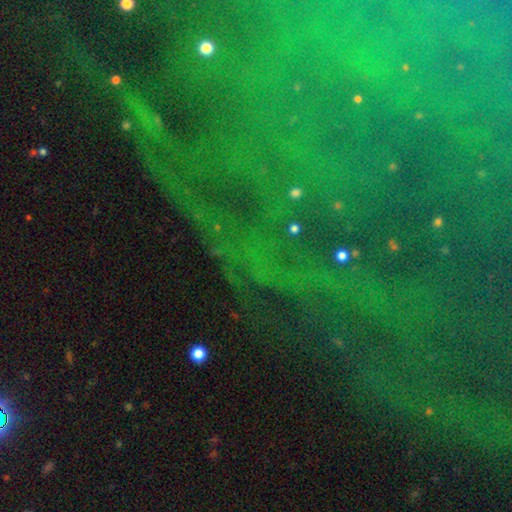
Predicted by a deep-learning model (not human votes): Smooth or featured?
  - star or artifact: 82% *
  - featured or disk: 10%
  - smooth: 8%